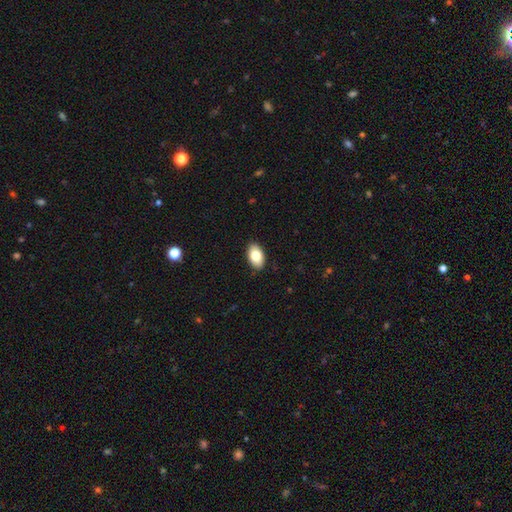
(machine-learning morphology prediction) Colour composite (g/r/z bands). It shows a smooth galaxy with no disk features (80%) that is in between round and cigar-shaped (93%). Merging: none (89%).